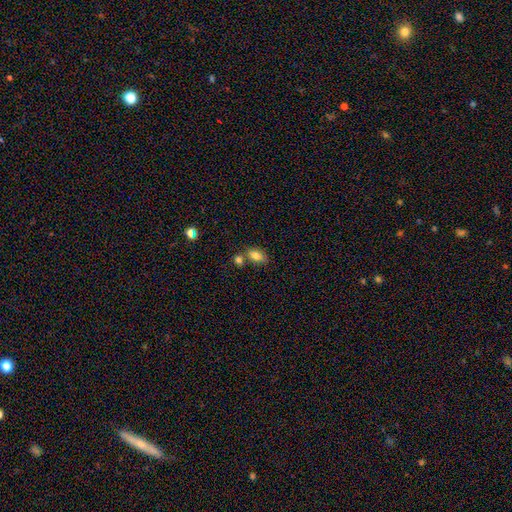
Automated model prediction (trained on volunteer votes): Q: Smooth or featured?
A: smooth (80%); runner-up: featured or disk (11%)
Q: How rounded?
A: in between (86%); runner-up: round (11%)
Q: Merging?
A: none (58%); runner-up: merger (26%)